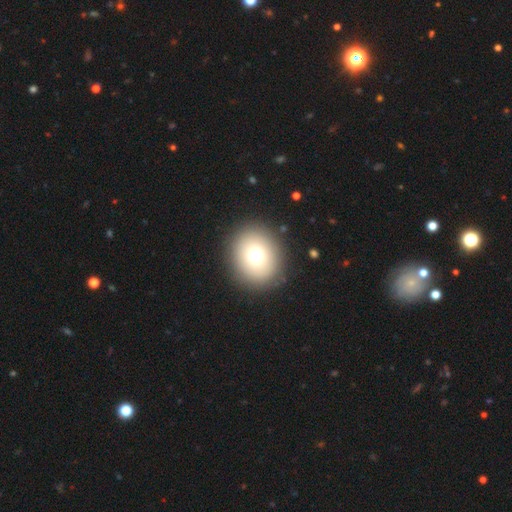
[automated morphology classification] This is likely a smooth galaxy (70%). How rounded: likely round (78%). Merging: clearly none (88%).